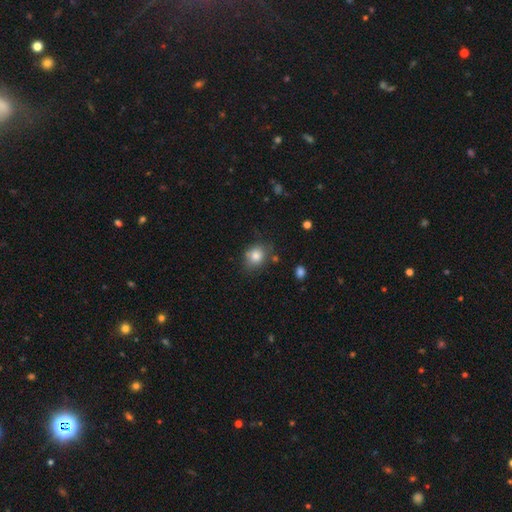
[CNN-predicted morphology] A smooth galaxy with no disk features (81%) that is round (60%). Merging: none (72%).